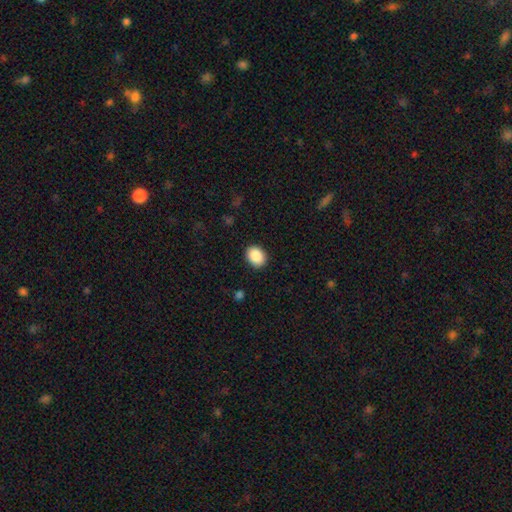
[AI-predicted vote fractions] A smooth galaxy with no disk features (89%) that is in between round and cigar-shaped (56%). Merging: none (89%).